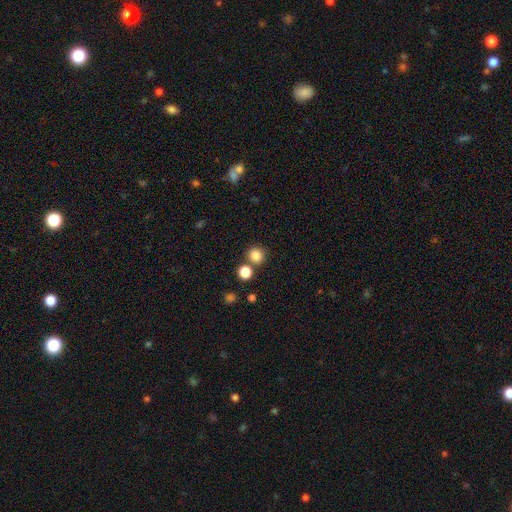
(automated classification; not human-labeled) The model was most divided on "merging": none: 74%, merger: 15%, minor disturbance: 8%, major disturbance: 3%. More confident: how rounded — round (89%); smooth or featured — smooth (84%).